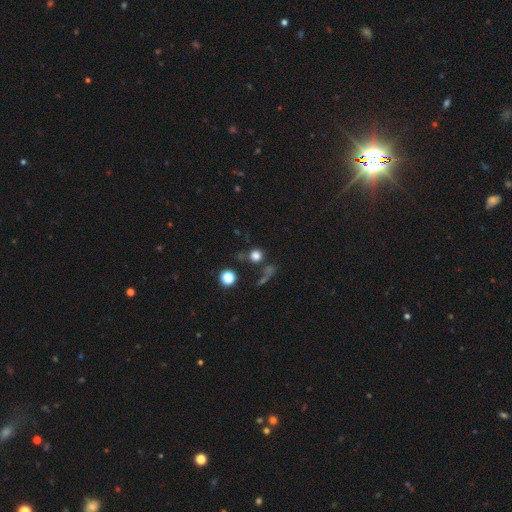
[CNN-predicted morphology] Overall: smooth (72%). How rounded: round (91%). Merging: none (66%).